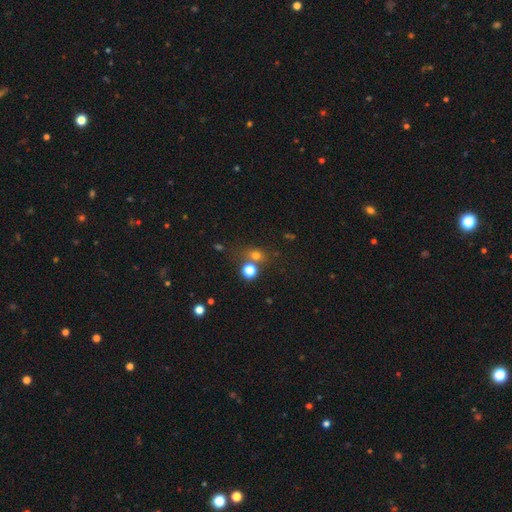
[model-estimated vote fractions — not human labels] smooth 69%, star or artifact 22%, featured or disk 10%. Down the decision tree: how rounded — round (73%); merging — none (60%).